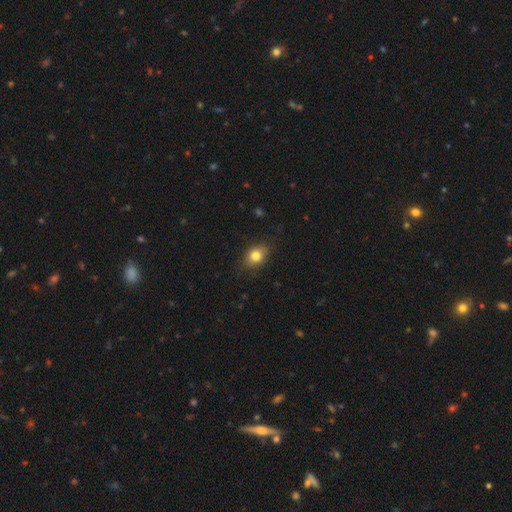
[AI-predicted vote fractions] smooth-or-featured: smooth: 80% | featured or disk: 10% | star or artifact: 10%
  how-rounded: in between: 58% | round: 40% | cigar-shaped: 1%
  merging: none: 79% | minor disturbance: 17% | major disturbance: 4% | merger: 1%